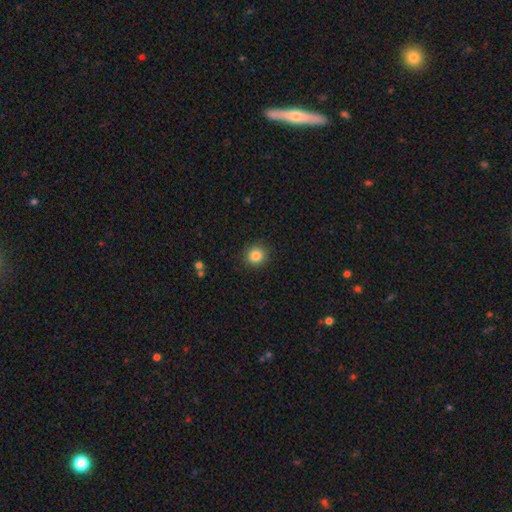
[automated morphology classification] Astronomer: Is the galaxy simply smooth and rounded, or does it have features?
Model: smooth — 85%.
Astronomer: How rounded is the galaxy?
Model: round — 92%.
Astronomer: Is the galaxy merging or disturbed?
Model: none — 90%.